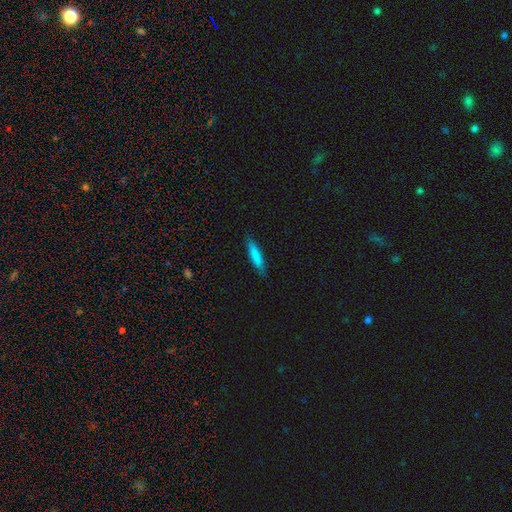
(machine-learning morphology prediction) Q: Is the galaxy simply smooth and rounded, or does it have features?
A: smooth — 80%.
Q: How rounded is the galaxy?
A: cigar-shaped — 83%.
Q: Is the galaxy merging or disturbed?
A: none — 86%.